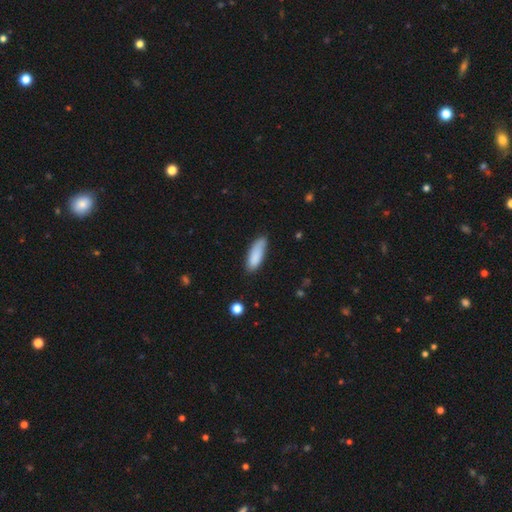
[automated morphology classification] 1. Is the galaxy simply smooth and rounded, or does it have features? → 86% smooth, 8% featured or disk, 6% star or artifact.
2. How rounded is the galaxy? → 60% in between, 39% cigar-shaped, 2% round.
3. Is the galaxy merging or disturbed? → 71% none, 23% minor disturbance, 4% major disturbance, 2% merger.